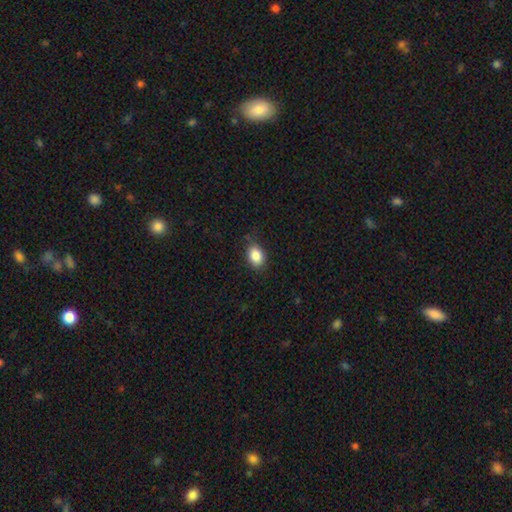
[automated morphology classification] smooth 86%, star or artifact 9%, featured or disk 5%. Down the decision tree: how rounded — in between (77%); merging — none (81%).